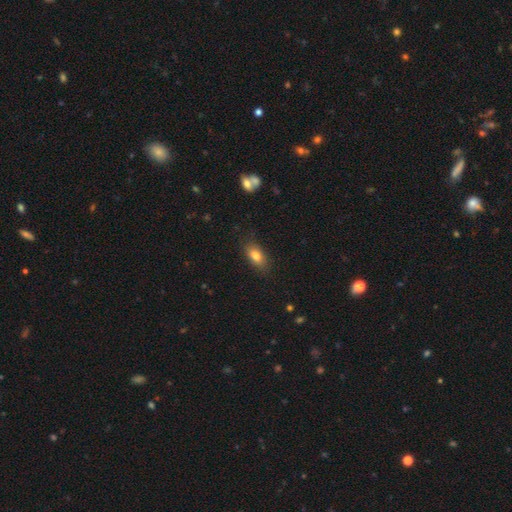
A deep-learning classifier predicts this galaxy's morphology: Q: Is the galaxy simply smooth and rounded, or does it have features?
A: smooth — 81%.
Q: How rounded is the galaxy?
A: in between — 86%.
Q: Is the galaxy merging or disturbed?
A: none — 83%.